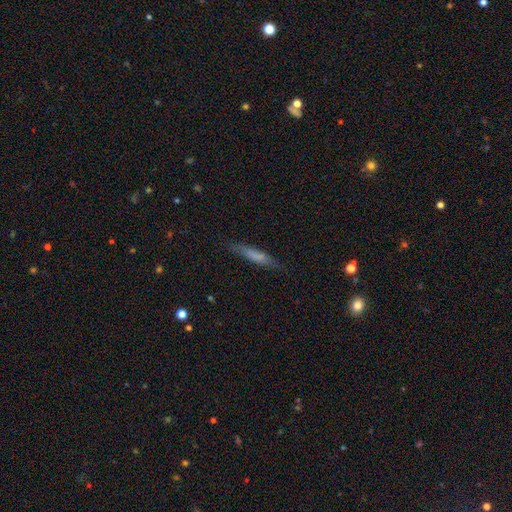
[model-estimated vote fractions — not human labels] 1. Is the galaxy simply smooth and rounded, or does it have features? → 65% smooth, 28% featured or disk, 7% star or artifact.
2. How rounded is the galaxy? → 89% cigar-shaped, 9% in between, 2% round.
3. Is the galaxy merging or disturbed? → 81% none, 14% minor disturbance, 3% major disturbance, 1% merger.